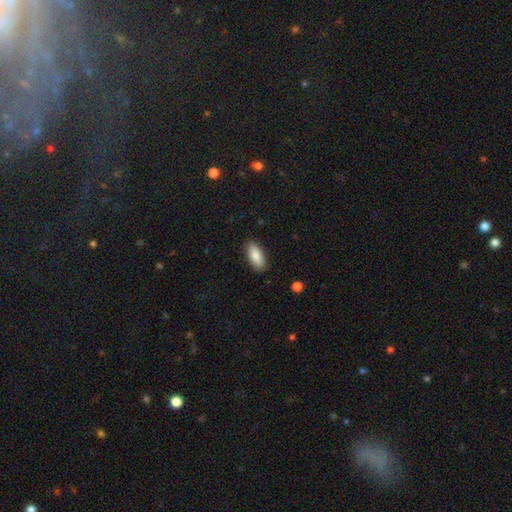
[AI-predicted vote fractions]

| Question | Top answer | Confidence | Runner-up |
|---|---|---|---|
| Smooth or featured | smooth | 84% | featured or disk (10%) |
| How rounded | in between | 83% | cigar-shaped (15%) |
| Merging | none | 87% | minor disturbance (10%) |